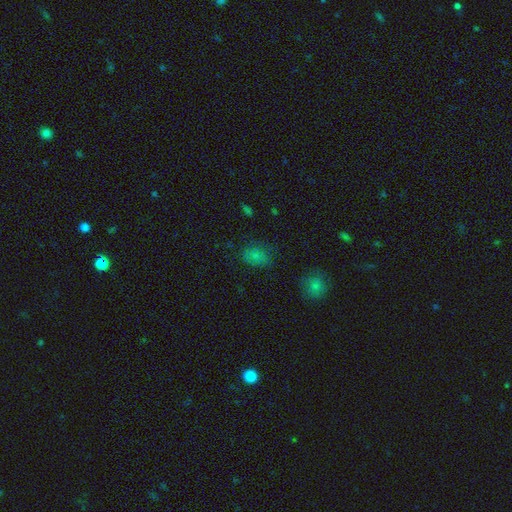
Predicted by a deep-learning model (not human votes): A smooth galaxy with no disk features (75%) that is in between round and cigar-shaped (65%).

Vote fractions:
- Smooth or featured? smooth: 75% / star or artifact: 17% / featured or disk: 8%
- How rounded? in between: 65% / round: 33% / cigar-shaped: 1%
- Merging? none: 69% / minor disturbance: 22% / major disturbance: 7% / merger: 2%